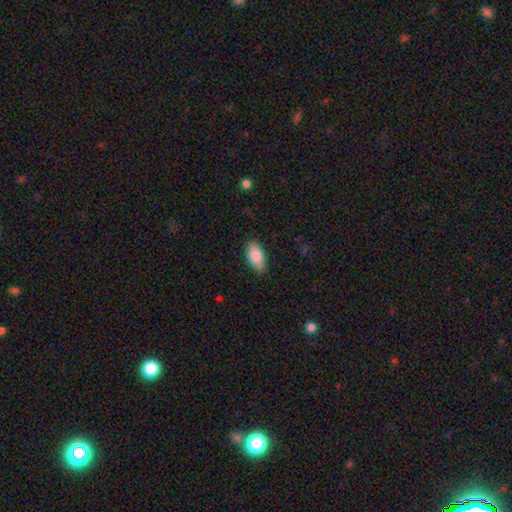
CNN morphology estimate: Smooth or featured? Predicted: smooth (p=0.85). How rounded? Predicted: in between (p=0.91). Merging? Predicted: none (p=0.84).